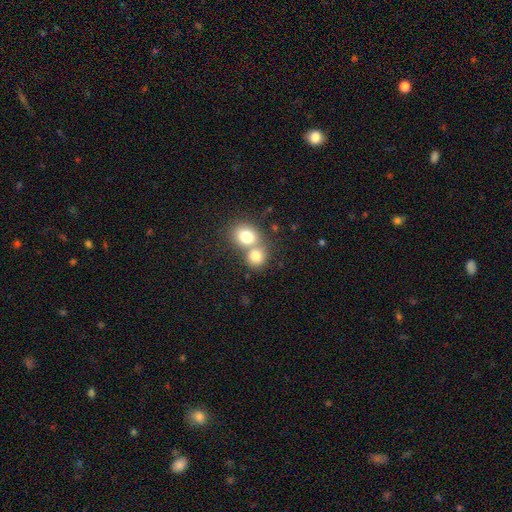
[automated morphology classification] Smooth or featured? smooth (78%)
How rounded? round (74%)
Merging? merger (58%)